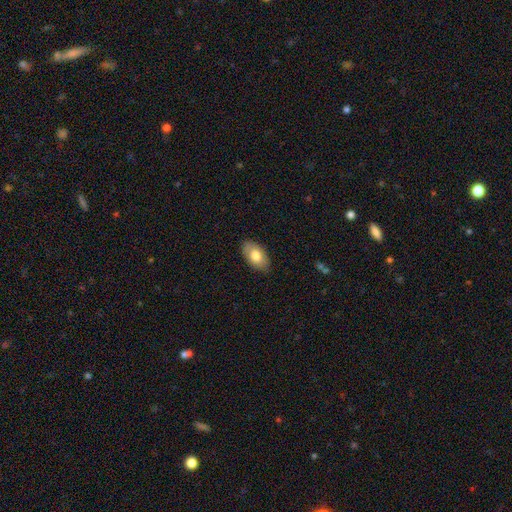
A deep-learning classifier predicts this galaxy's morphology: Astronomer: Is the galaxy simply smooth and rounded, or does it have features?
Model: smooth — 73%.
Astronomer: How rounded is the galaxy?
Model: in between — 94%.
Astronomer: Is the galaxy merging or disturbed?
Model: none — 83%.